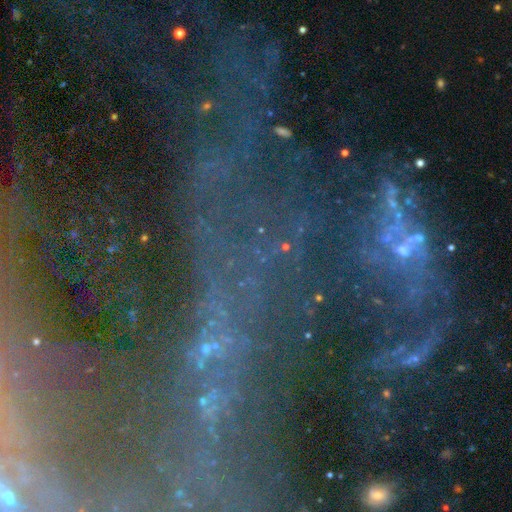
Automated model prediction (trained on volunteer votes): Q: Smooth or featured?
A: star or artifact (69%); runner-up: featured or disk (21%)